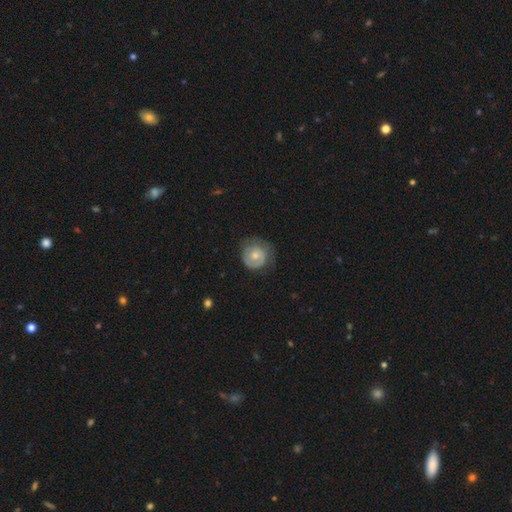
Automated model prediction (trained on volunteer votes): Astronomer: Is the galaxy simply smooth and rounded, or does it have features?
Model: featured or disk — 50% (runner-up: smooth, 44%).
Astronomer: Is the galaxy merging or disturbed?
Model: none — 59%.